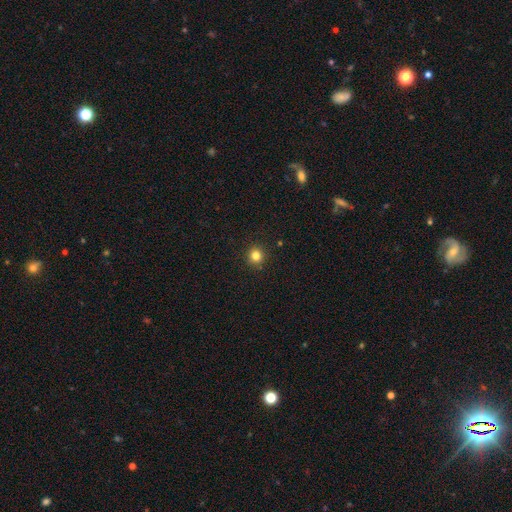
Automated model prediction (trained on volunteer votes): Smooth or featured?
  - smooth: 81% *
  - star or artifact: 14%
  - featured or disk: 5%
How rounded?
  - round: 94% *
  - in between: 5%
  - cigar-shaped: 1%
Merging?
  - none: 92% *
  - minor disturbance: 5%
  - major disturbance: 2%
  - merger: 1%